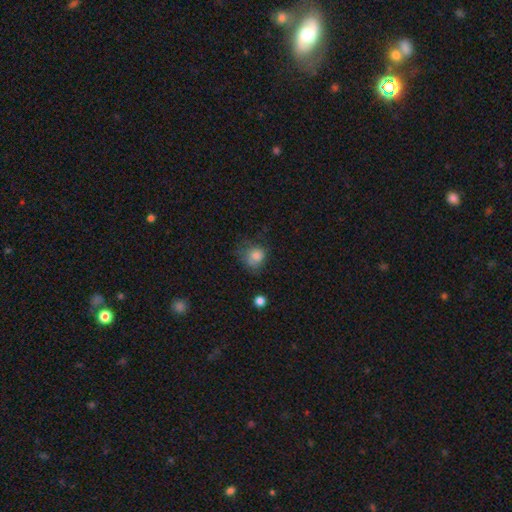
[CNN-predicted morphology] smooth_or_featured: smooth (p=0.76) [alt: featured or disk p=0.13]
how_rounded: round (p=0.69) [alt: in between p=0.30]
merging: none (p=0.46) [alt: minor disturbance p=0.29]